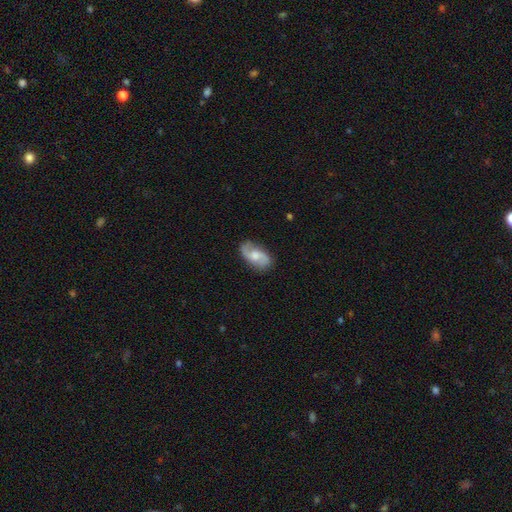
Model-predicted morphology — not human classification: This appears to be a featured or disk galaxy (70%) with no bar (55%), 2 (89%) loose (51%) spiral arms (93%) and a moderate central bulge (58%). Merging: none (79%).